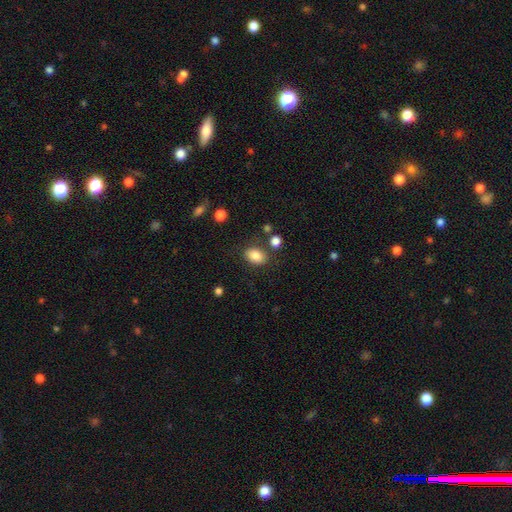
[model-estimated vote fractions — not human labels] A smooth galaxy with no disk features (85%) that is in between round and cigar-shaped (78%).

Vote fractions:
- Smooth or featured? smooth: 85% / star or artifact: 9% / featured or disk: 6%
- How rounded? in between: 78% / round: 21% / cigar-shaped: 1%
- Merging? none: 78% / minor disturbance: 13% / merger: 5% / major disturbance: 4%